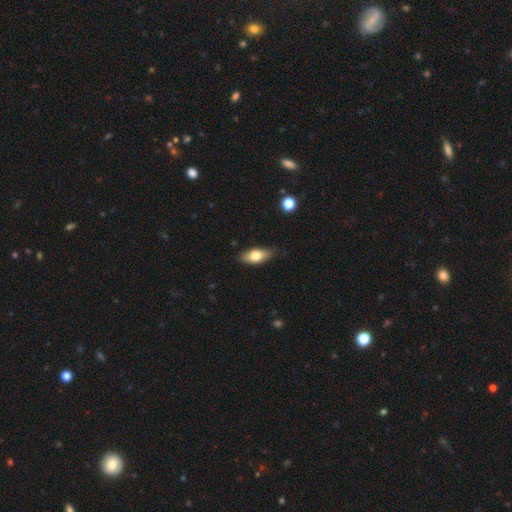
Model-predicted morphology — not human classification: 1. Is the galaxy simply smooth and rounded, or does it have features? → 74% smooth, 19% featured or disk, 7% star or artifact.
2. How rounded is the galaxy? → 83% in between, 14% cigar-shaped, 4% round.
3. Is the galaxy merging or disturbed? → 81% none, 15% minor disturbance, 2% major disturbance, 1% merger.